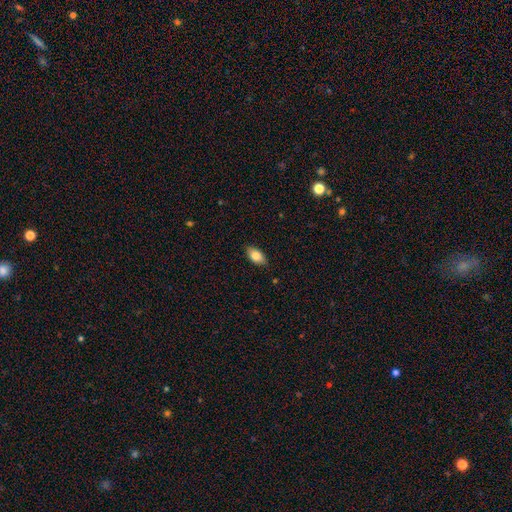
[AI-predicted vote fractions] The model was most divided on "smooth or featured": smooth: 83%, featured or disk: 10%, star or artifact: 7%. More confident: how rounded — in between (92%); merging — none (86%).